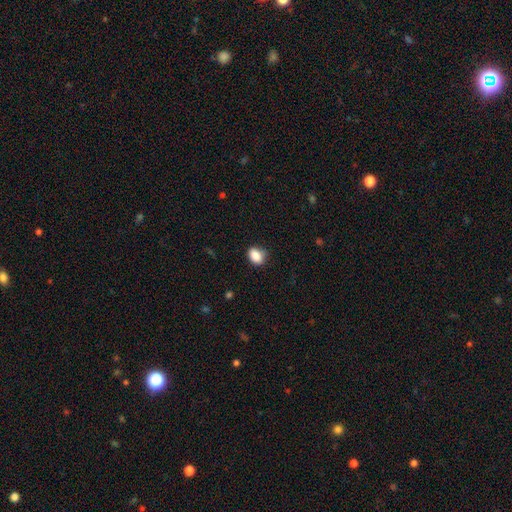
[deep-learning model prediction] This is clearly a smooth galaxy (87%). How rounded: likely in between (71%). Merging: likely none (74%).